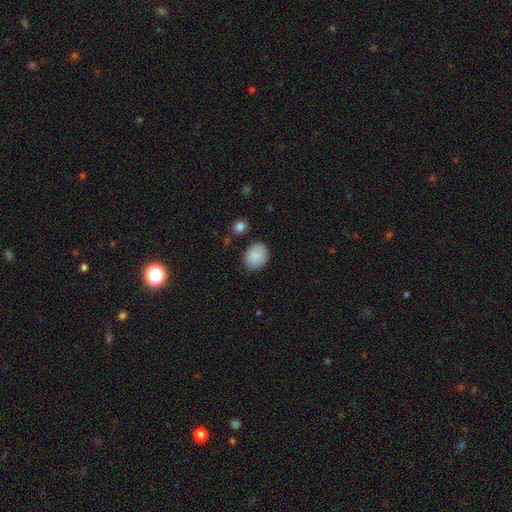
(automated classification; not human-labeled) Smooth or featured? smooth (88%)
How rounded? round (60%)
Merging? none (81%)